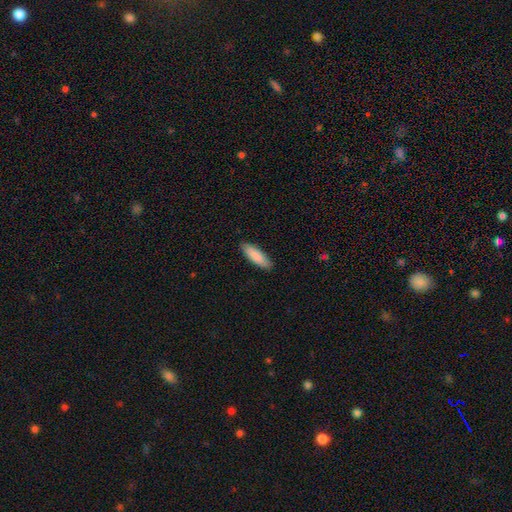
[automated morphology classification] Smooth or featured? smooth (88%)
How rounded? cigar-shaped (52%)
Merging? none (88%)